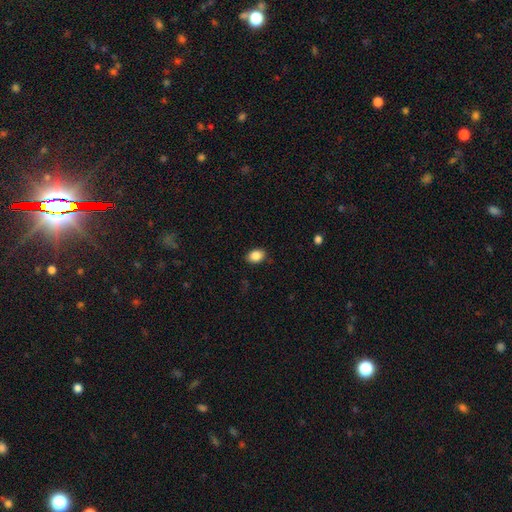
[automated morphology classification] Smooth or featured? smooth (87%)
How rounded? in between (76%)
Merging? none (86%)